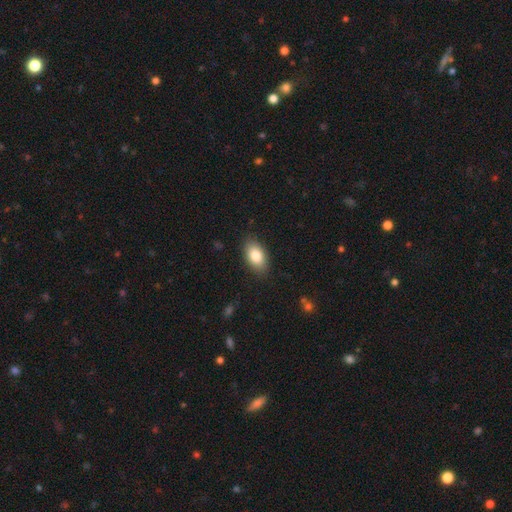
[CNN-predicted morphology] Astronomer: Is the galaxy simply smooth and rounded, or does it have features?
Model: smooth — 84%.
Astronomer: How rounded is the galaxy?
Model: in between — 92%.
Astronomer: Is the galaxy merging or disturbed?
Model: none — 86%.